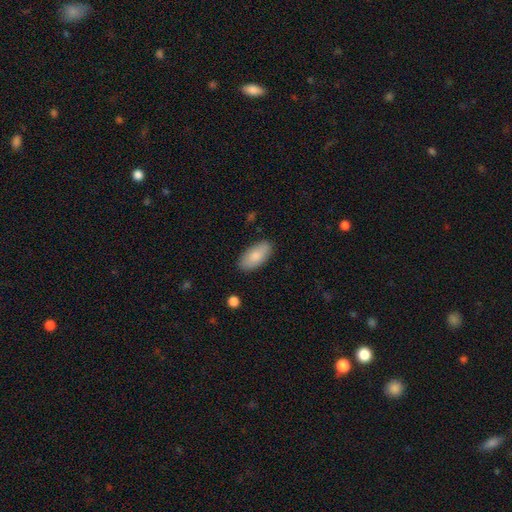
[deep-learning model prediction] Overall: smooth (84%). How rounded: in between (92%). Merging: none (86%).